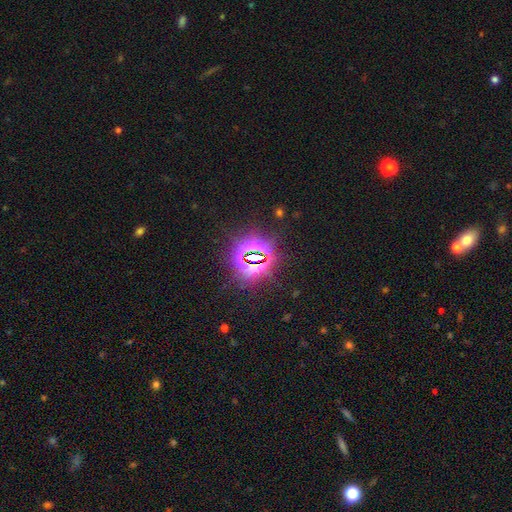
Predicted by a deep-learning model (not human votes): star or artifact 81%, smooth 11%, featured or disk 7%.